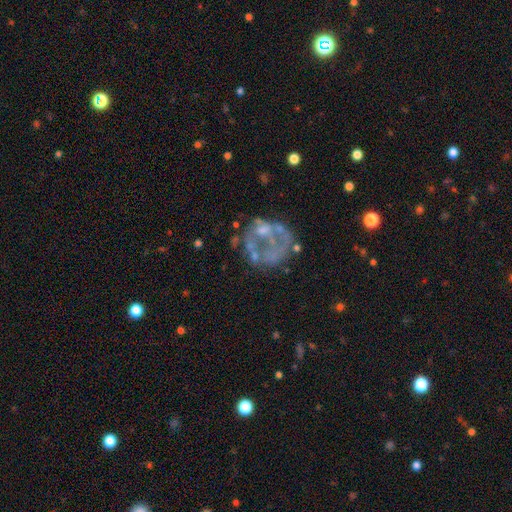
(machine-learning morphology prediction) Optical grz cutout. It shows a featured or disk galaxy (64%) with no bar (92%), no spiral arms (89%) and no central bulge (70%). Merging: none (47%).